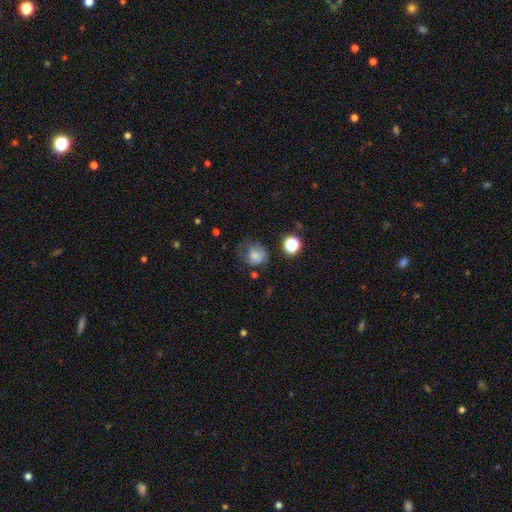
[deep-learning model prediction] Smooth or featured? Predicted: smooth (p=0.72). How rounded? Predicted: round (p=0.72). Merging? Predicted: none (p=0.45).